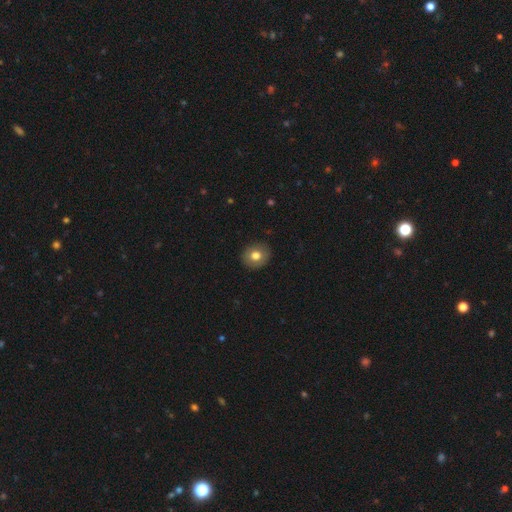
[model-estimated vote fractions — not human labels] Smooth or featured? Predicted: smooth (p=0.76). How rounded? Predicted: round (p=0.82). Merging? Predicted: none (p=0.90).